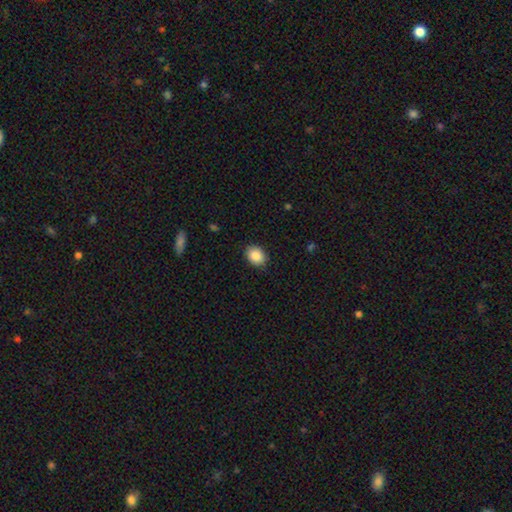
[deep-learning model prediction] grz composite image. It shows a smooth galaxy with no disk features (87%) that is in between round and cigar-shaped (56%). Merging: none (87%).